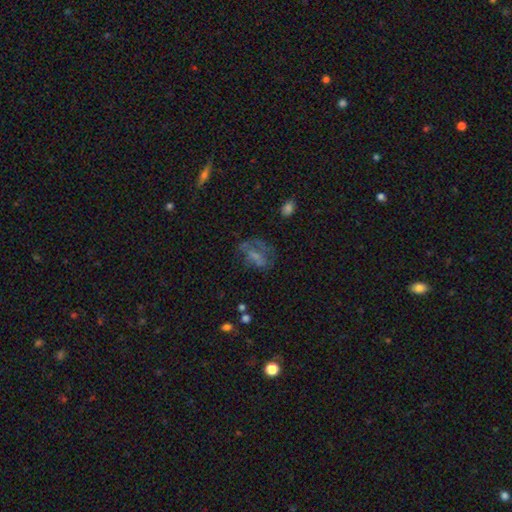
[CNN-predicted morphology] Q: Smooth or featured?
A: featured or disk (42%); runner-up: smooth (40%)
Q: Merging?
A: none (40%); runner-up: major disturbance (35%)